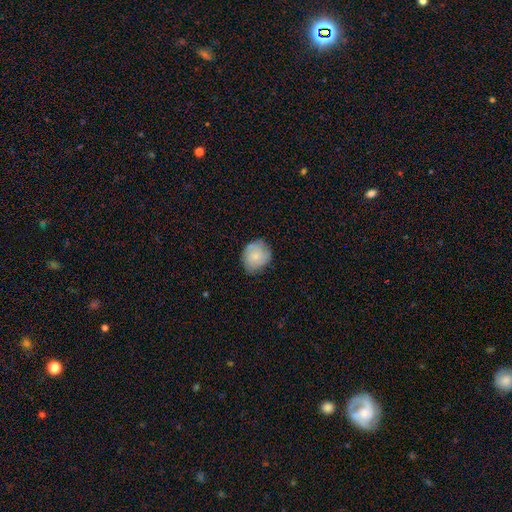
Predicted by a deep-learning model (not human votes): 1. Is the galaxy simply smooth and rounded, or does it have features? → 74% smooth, 19% featured or disk, 7% star or artifact.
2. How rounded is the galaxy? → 65% round, 34% in between, 1% cigar-shaped.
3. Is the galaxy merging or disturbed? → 68% none, 25% minor disturbance, 5% major disturbance, 2% merger.